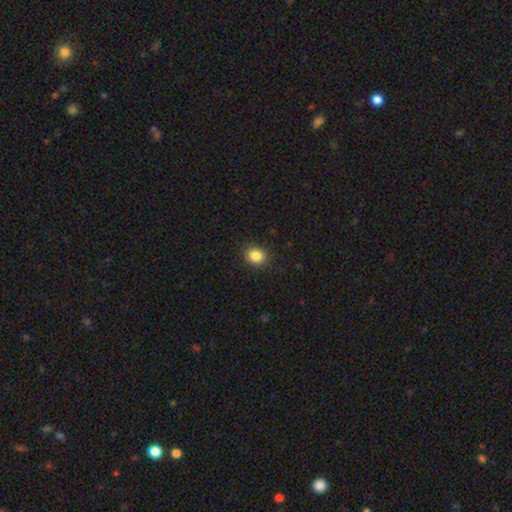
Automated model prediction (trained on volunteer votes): smooth_or_featured: smooth (p=0.85) [alt: star or artifact p=0.10]
how_rounded: round (p=0.52) [alt: in between p=0.47]
merging: none (p=0.88) [alt: minor disturbance p=0.09]